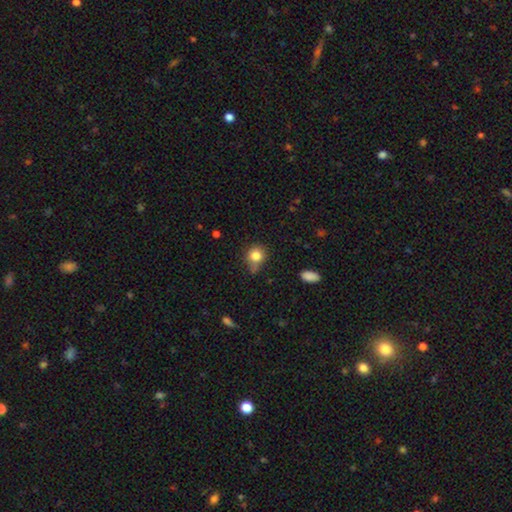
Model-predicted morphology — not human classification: type=smooth (82%); roundness=round (81%); merging=none (57%).